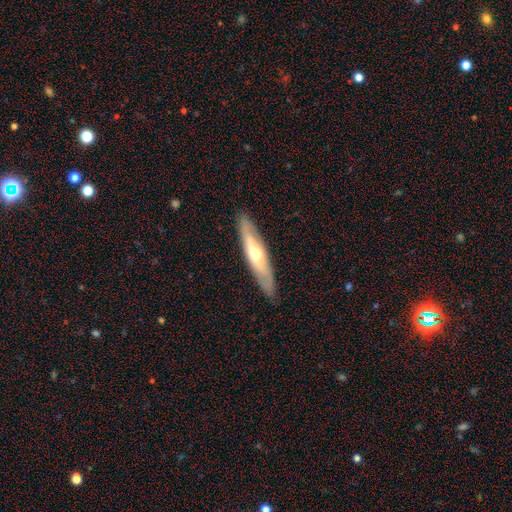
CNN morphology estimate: A featured or disk galaxy (58%) viewed edge-on (65%).

Vote fractions:
- Smooth or featured? featured or disk: 58% / smooth: 36% / star or artifact: 5%
- Edge-on disk? yes: 65% / no: 35%
- Merging? none: 88% / minor disturbance: 9% / major disturbance: 2% / merger: 1%